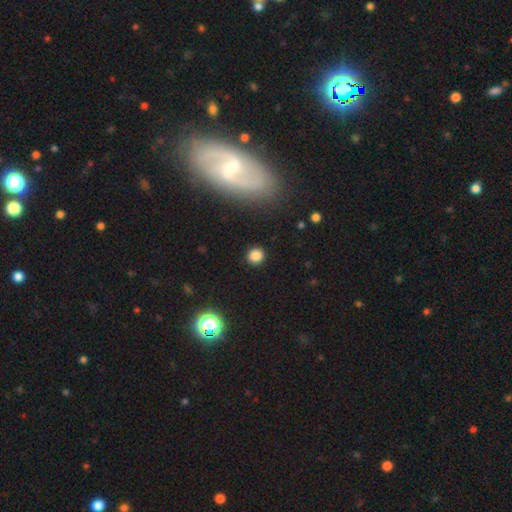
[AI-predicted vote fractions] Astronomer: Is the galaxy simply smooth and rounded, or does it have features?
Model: smooth — 83%.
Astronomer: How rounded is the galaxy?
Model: round — 90%.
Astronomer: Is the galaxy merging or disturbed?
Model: none — 90%.